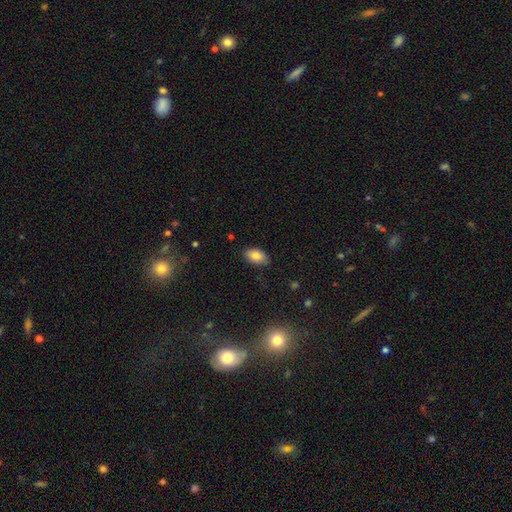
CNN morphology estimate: Smooth or featured? smooth (82%)
How rounded? in between (92%)
Merging? none (84%)